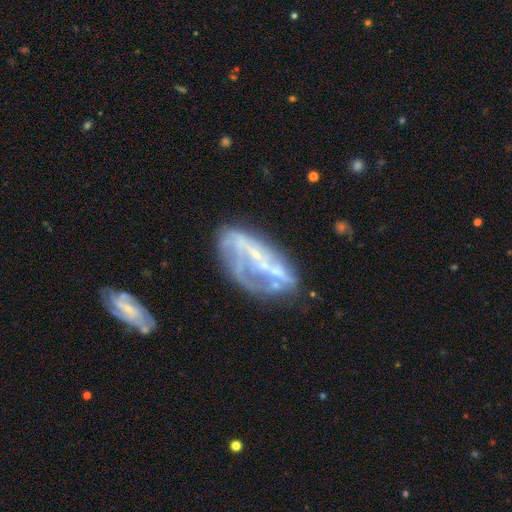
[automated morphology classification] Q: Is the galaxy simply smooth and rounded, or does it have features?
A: featured or disk — 70%.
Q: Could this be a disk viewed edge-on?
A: no — 90%.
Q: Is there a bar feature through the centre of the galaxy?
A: no — 54%.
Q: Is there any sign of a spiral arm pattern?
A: no — 53%.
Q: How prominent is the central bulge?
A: small — 53%.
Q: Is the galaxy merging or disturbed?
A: none — 41%.